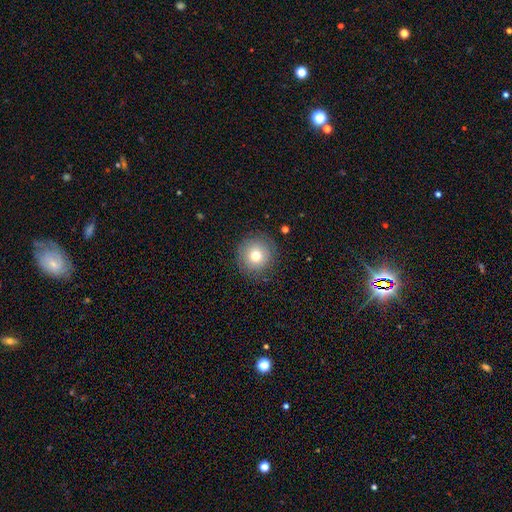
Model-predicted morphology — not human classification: A smooth galaxy with no disk features (73%) that is round (93%).

Vote fractions:
- Smooth or featured? smooth: 73% / featured or disk: 16% / star or artifact: 11%
- How rounded? round: 93% / in between: 6% / cigar-shaped: 1%
- Merging? none: 85% / minor disturbance: 11% / major disturbance: 4% / merger: 1%